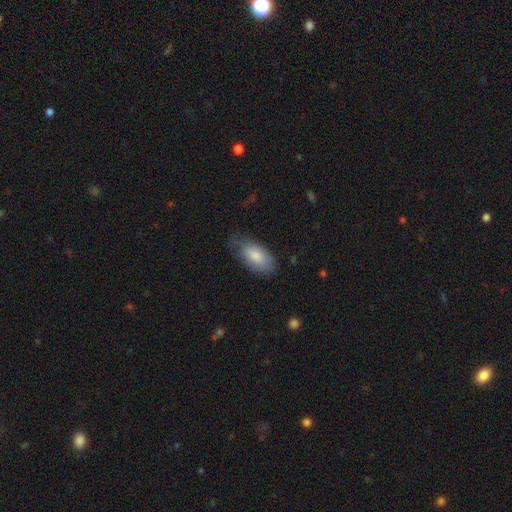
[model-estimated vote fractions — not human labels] This is clearly a smooth galaxy (81%). How rounded: clearly in between (94%). Merging: possibly none (56%).